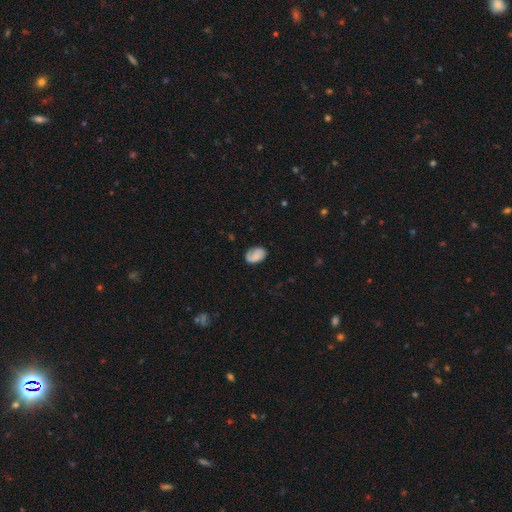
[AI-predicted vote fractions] Overall: smooth (58%; featured or disk 34%). How rounded: in between (82%). Merging: none (66%).